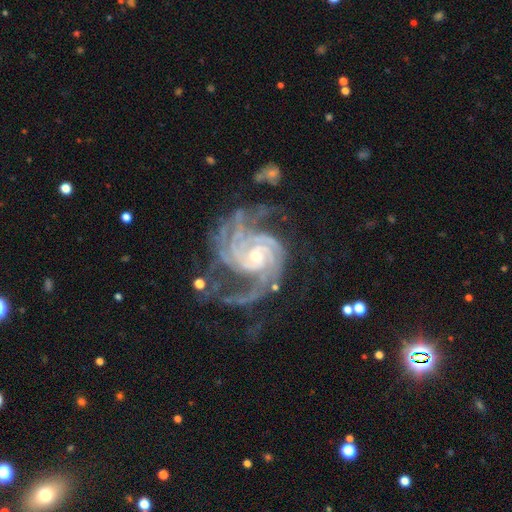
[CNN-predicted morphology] smooth-or-featured: featured or disk: 93% | star or artifact: 4% | smooth: 3%
  disk-edge-on: no: 98% | yes: 2%
    bar: no: 64% | weak: 26% | strong: 10%
    has-spiral-arms: yes: 99% | no: 1%
      spiral-winding: tight: 60% | medium: 33% | loose: 7%
      spiral-arm-count: 3: 24% | 4: 21% | 2: 18% | can't tell: 16% | more than 4: 12% | 1: 9%
    bulge-size: small: 55% | moderate: 41% | large: 3% | none: 1% | dominant: 1%
  merging: none: 46% | major disturbance: 30% | minor disturbance: 20% | merger: 4%